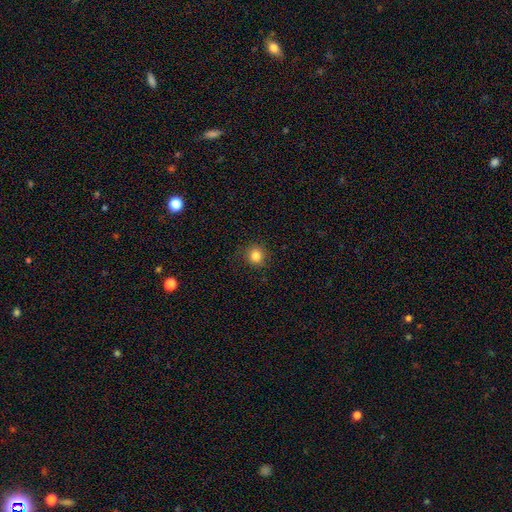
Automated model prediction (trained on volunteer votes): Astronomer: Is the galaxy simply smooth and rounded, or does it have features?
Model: smooth — 84%.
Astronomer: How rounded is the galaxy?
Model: round — 92%.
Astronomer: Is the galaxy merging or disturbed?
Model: none — 89%.